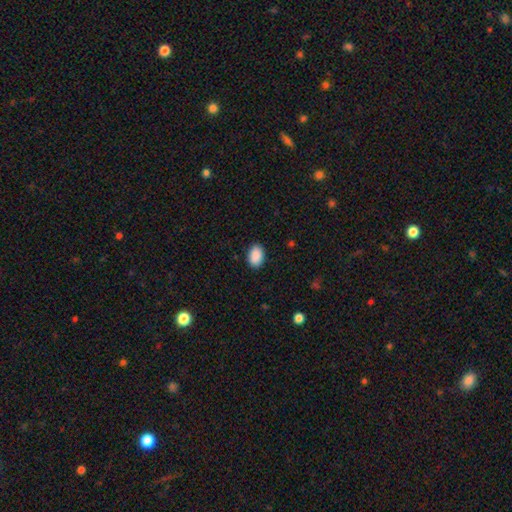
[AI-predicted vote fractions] smooth_or_featured: smooth (p=0.91) [alt: star or artifact p=0.07]
how_rounded: in between (p=0.89) [alt: round p=0.10]
merging: none (p=0.89) [alt: minor disturbance p=0.08]